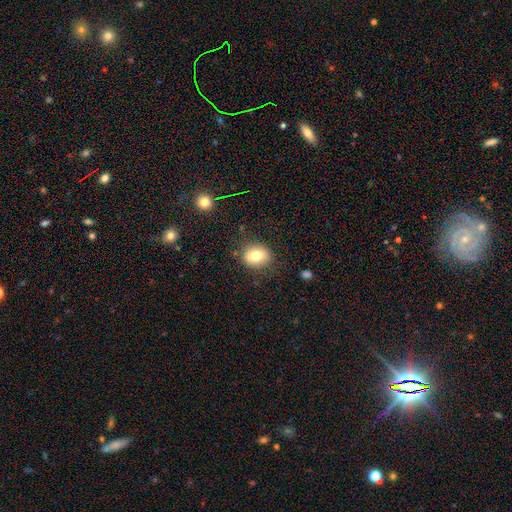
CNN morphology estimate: Smooth or featured? Predicted: smooth (p=0.77). How rounded? Predicted: round (p=0.55). Merging? Predicted: none (p=0.82).